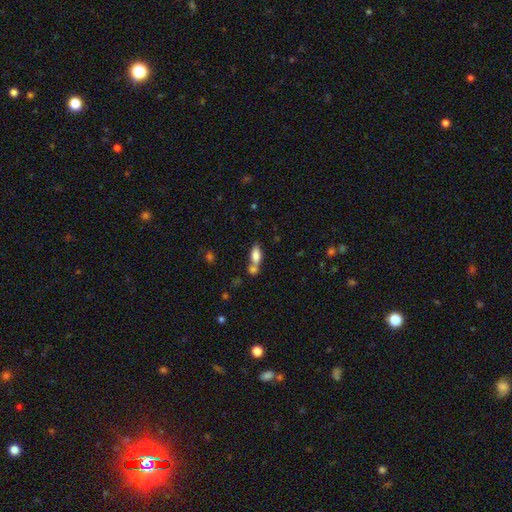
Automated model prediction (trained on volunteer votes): Smooth or featured?
  - smooth: 79% *
  - featured or disk: 13%
  - star or artifact: 8%
How rounded?
  - in between: 81% *
  - cigar-shaped: 16%
  - round: 3%
Merging?
  - merger: 43% *
  - none: 42%
  - minor disturbance: 11%
  - major disturbance: 4%